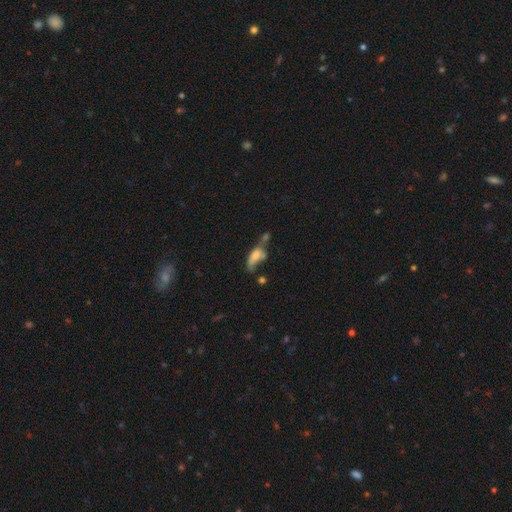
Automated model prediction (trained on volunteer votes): The model was most divided on "merging": merger: 37%, none: 23%, major disturbance: 22%, minor disturbance: 18%. More confident: how rounded — in between (73%); smooth or featured — smooth (57%).